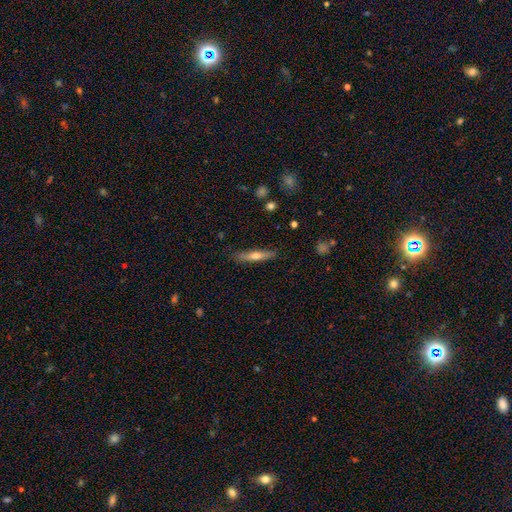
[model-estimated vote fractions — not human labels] A smooth galaxy with no disk features (51%) that is cigar-shaped (90%).

Vote fractions:
- Smooth or featured? smooth: 51% / featured or disk: 43% / star or artifact: 6%
- How rounded? cigar-shaped: 90% / in between: 8% / round: 2%
- Merging? none: 86% / minor disturbance: 10% / major disturbance: 2% / merger: 1%